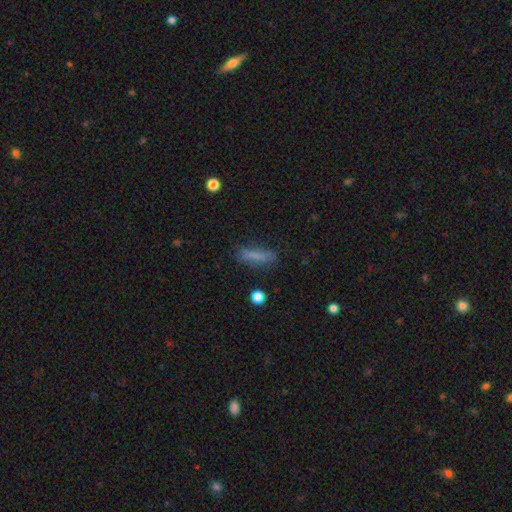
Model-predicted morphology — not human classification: Smooth or featured: smooth — 76% (featured or disk — 15%)
How rounded: cigar-shaped — 71% (in between — 26%)
Merging: none — 76% (minor disturbance — 16%)